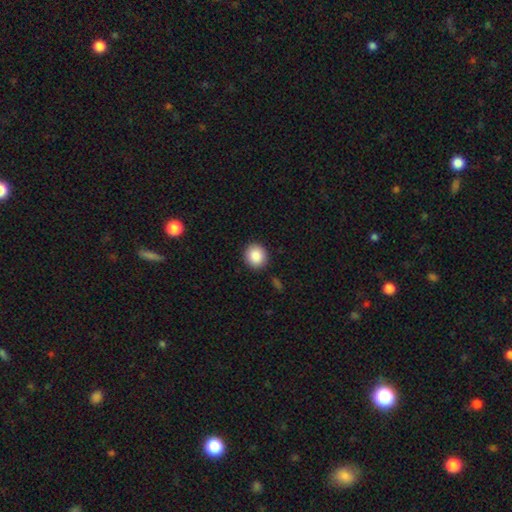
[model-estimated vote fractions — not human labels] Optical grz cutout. It shows a smooth galaxy with no disk features (88%) that is round (85%). Merging: none (90%).